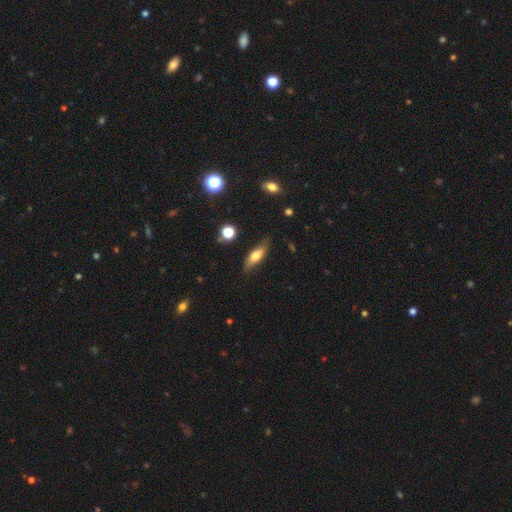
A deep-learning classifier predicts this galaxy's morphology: A smooth galaxy with no disk features (62%) that is in between round and cigar-shaped (55%).

Vote fractions:
- Smooth or featured? smooth: 62% / featured or disk: 31% / star or artifact: 7%
- How rounded? in between: 55% / cigar-shaped: 41% / round: 3%
- Merging? none: 77% / minor disturbance: 18% / major disturbance: 4% / merger: 2%